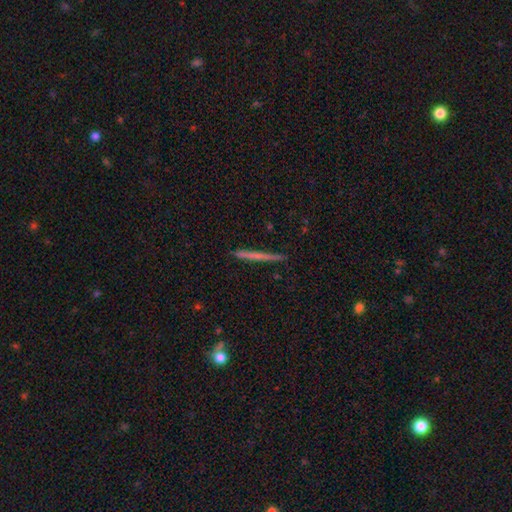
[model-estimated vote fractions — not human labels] This is possibly a smooth galaxy (50%). Merging: clearly none (91%).